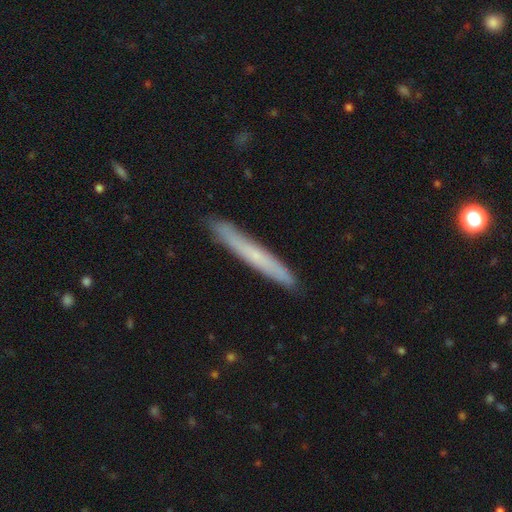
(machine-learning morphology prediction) smooth 54%, featured or disk 39%, star or artifact 7%. Down the decision tree: how rounded — cigar-shaped (97%); merging — none (90%).